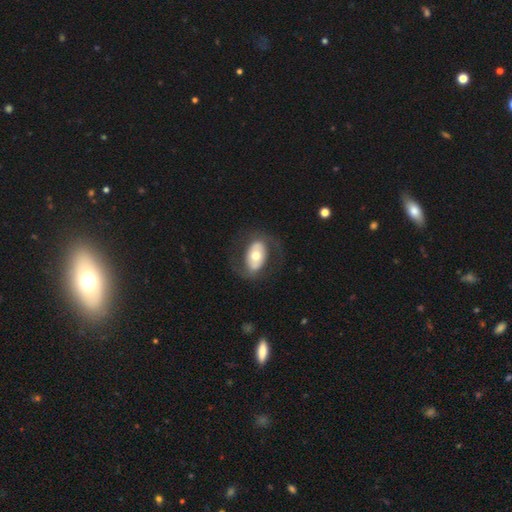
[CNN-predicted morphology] featured or disk 57%, smooth 38%, star or artifact 5%. Down the decision tree: edge-on disk — no (93%); bar — no (61%); spiral arms — no (56%); bulge size — moderate (69%); merging — none (73%).